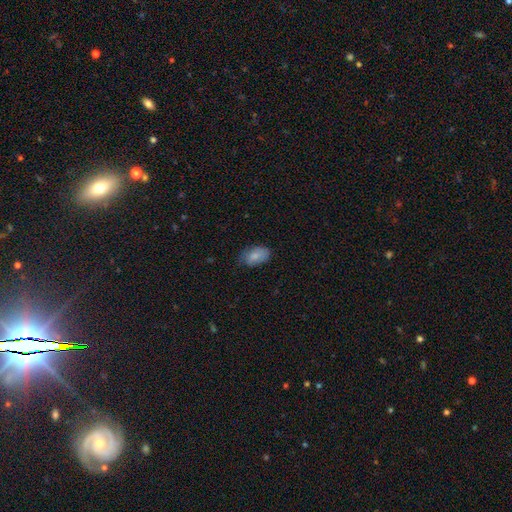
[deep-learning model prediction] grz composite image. It shows a smooth galaxy with no disk features (83%) that is in between round and cigar-shaped (91%). Merging: none (67%).